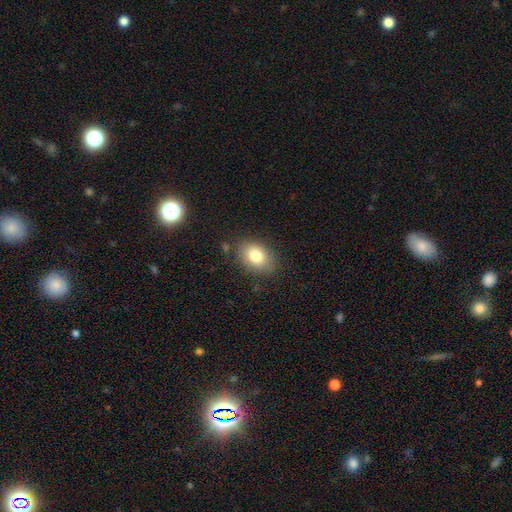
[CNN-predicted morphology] smooth-or-featured: smooth: 80% | featured or disk: 11% | star or artifact: 9%
  how-rounded: in between: 74% | round: 25% | cigar-shaped: 1%
  merging: none: 81% | minor disturbance: 13% | major disturbance: 4% | merger: 2%